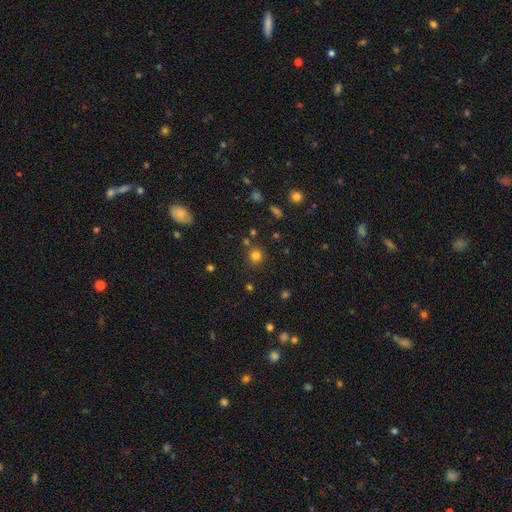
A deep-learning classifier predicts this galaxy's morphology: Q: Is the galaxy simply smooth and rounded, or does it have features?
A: smooth — 78%.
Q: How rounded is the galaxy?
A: round — 93%.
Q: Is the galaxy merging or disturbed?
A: none — 84%.